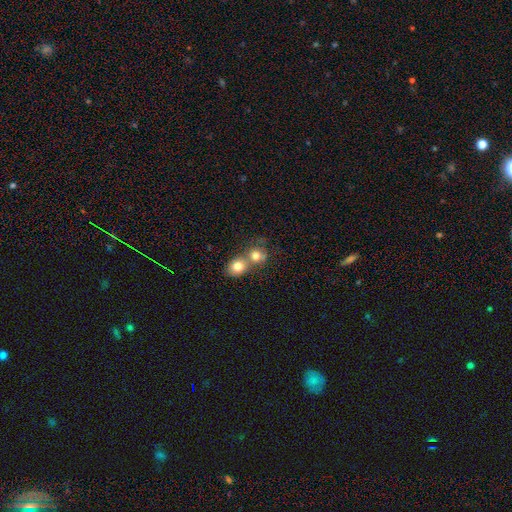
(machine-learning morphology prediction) smooth_or_featured: smooth (p=0.77) [alt: featured or disk p=0.12]
how_rounded: round (p=0.77) [alt: in between p=0.22]
merging: merger (p=0.60) [alt: none p=0.32]